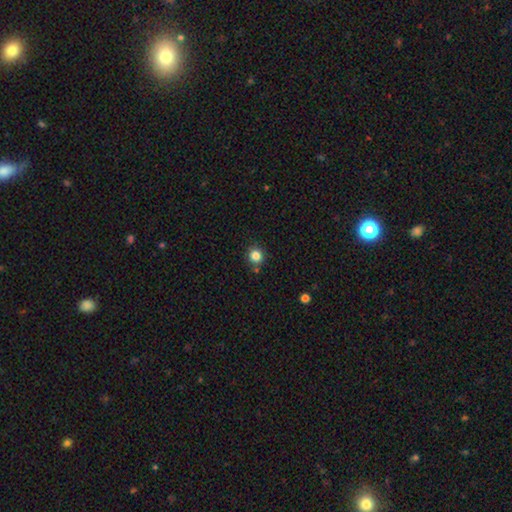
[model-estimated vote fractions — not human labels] Smooth or featured? Predicted: smooth (p=0.83). How rounded? Predicted: round (p=0.92). Merging? Predicted: none (p=0.82).